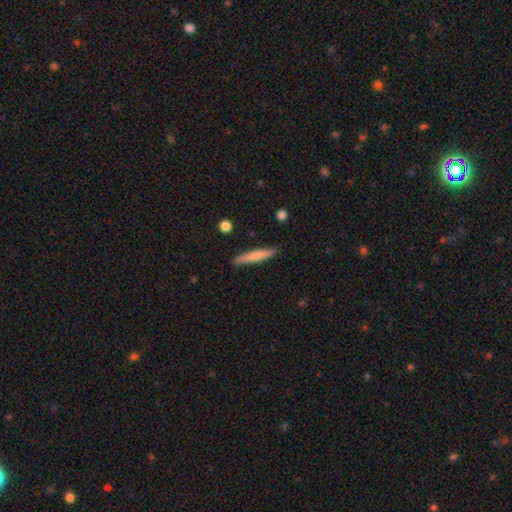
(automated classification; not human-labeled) Smooth or featured?
  - smooth: 69% *
  - featured or disk: 25%
  - star or artifact: 6%
How rounded?
  - cigar-shaped: 93% *
  - in between: 6%
  - round: 1%
Merging?
  - none: 88% *
  - minor disturbance: 8%
  - major disturbance: 2%
  - merger: 1%